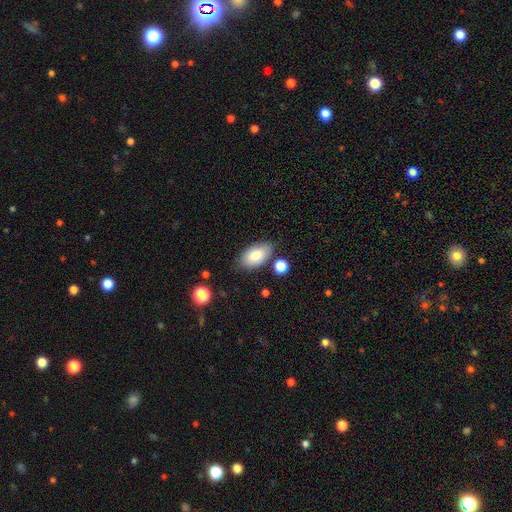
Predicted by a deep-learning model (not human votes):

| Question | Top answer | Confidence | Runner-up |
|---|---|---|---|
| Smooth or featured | smooth | 85% | featured or disk (9%) |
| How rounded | in between | 94% | round (4%) |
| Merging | none | 78% | minor disturbance (14%) |